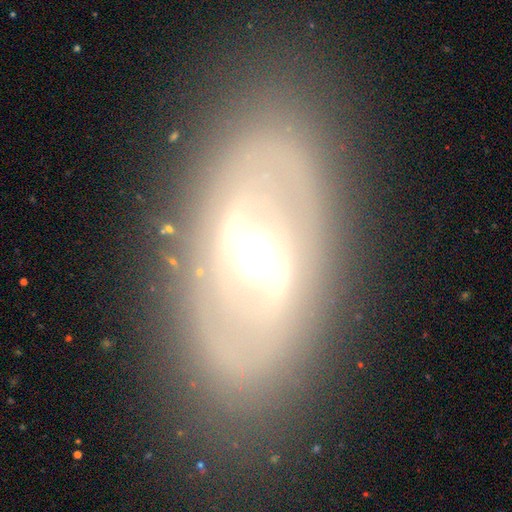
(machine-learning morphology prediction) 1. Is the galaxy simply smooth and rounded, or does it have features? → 74% featured or disk, 18% smooth, 8% star or artifact.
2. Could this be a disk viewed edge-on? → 80% no, 20% yes.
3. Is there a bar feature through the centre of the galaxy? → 48% strong, 27% weak, 25% no.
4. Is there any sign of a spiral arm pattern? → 70% no, 30% yes.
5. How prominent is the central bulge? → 62% moderate, 22% large, 12% small, 3% dominant, 1% none.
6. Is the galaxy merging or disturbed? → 82% none, 11% minor disturbance, 6% major disturbance, 2% merger.